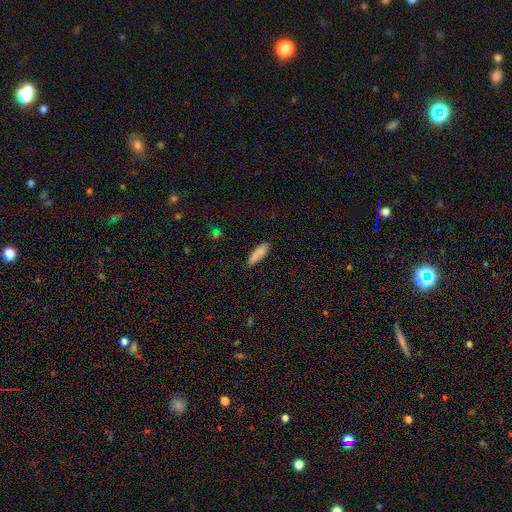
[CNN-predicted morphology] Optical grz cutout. It shows a smooth galaxy with no disk features (84%) that is cigar-shaped (51%). Merging: none (83%).